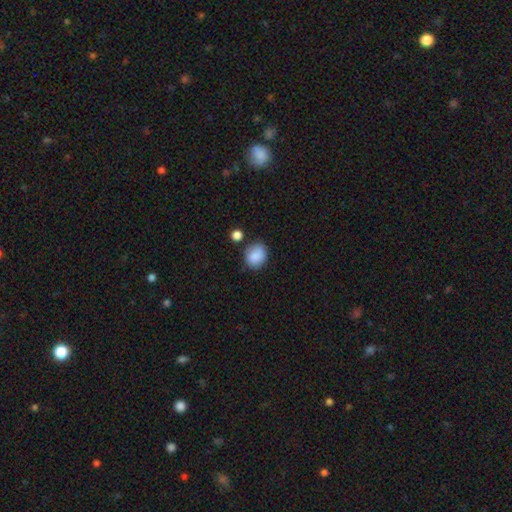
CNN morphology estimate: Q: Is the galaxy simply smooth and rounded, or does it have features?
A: smooth — 87%.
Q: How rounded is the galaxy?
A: round — 61%.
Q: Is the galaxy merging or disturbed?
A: none — 74%.